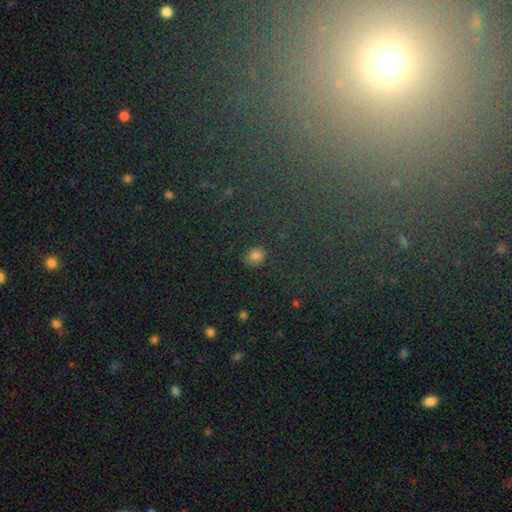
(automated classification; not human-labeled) Smooth or featured? smooth (78%)
How rounded? round (58%)
Merging? none (85%)